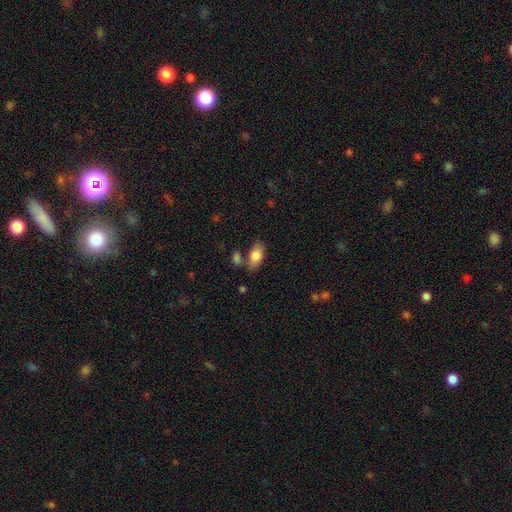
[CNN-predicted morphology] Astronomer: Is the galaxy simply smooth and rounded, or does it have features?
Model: smooth — 82%.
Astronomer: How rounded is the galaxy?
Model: in between — 91%.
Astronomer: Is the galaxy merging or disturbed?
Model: none — 67%.